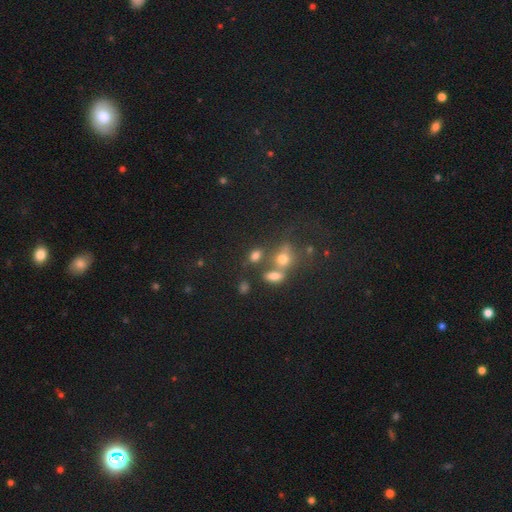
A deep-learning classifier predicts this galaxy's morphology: The model was most divided on "merging": none: 49%, merger: 29%, minor disturbance: 14%, major disturbance: 8%. More confident: how rounded — in between (73%); smooth or featured — smooth (70%).